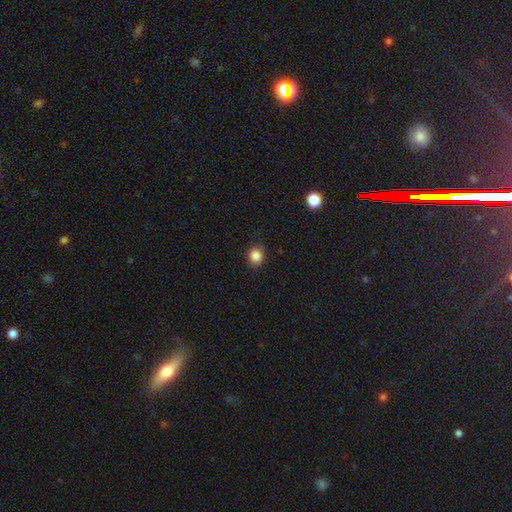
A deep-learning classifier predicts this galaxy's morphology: smooth-or-featured: smooth: 86% | star or artifact: 11% | featured or disk: 3%
  how-rounded: round: 75% | in between: 24% | cigar-shaped: 1%
  merging: none: 83% | minor disturbance: 13% | major disturbance: 3% | merger: 1%